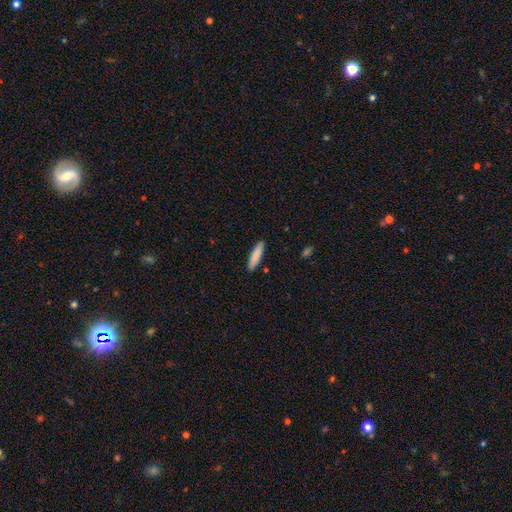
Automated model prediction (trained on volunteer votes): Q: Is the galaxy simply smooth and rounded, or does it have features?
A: smooth — 86%.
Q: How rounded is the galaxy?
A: cigar-shaped — 79%.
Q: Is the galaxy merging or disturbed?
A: none — 89%.